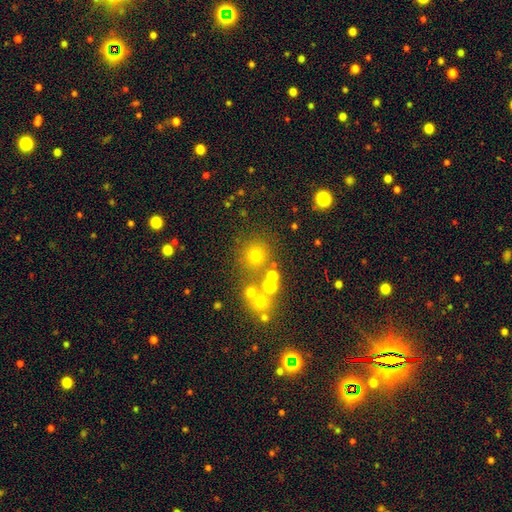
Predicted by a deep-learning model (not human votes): Smooth or featured?
  - smooth: 68% *
  - star or artifact: 20%
  - featured or disk: 11%
How rounded?
  - round: 91% *
  - in between: 8%
  - cigar-shaped: 1%
Merging?
  - none: 75% *
  - merger: 12%
  - minor disturbance: 9%
  - major disturbance: 5%